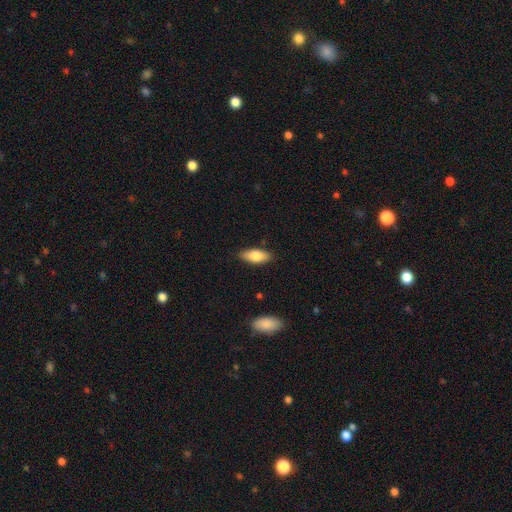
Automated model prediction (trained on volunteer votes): Q: Smooth or featured?
A: smooth (79%); runner-up: featured or disk (15%)
Q: How rounded?
A: in between (82%); runner-up: cigar-shaped (15%)
Q: Merging?
A: none (85%); runner-up: minor disturbance (11%)